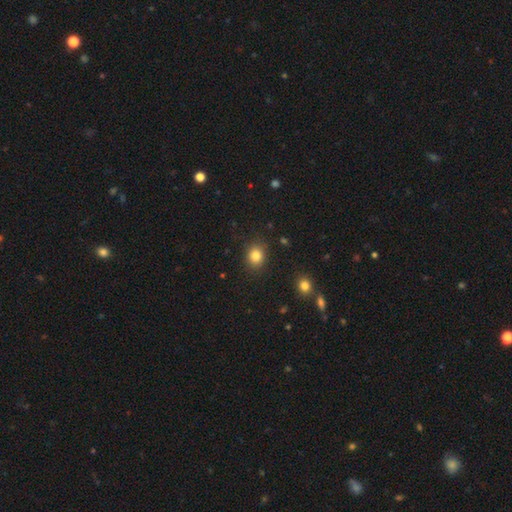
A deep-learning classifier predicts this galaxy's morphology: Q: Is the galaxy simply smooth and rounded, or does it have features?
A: smooth — 83%.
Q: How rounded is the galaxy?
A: round — 70%.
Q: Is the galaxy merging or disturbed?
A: none — 88%.